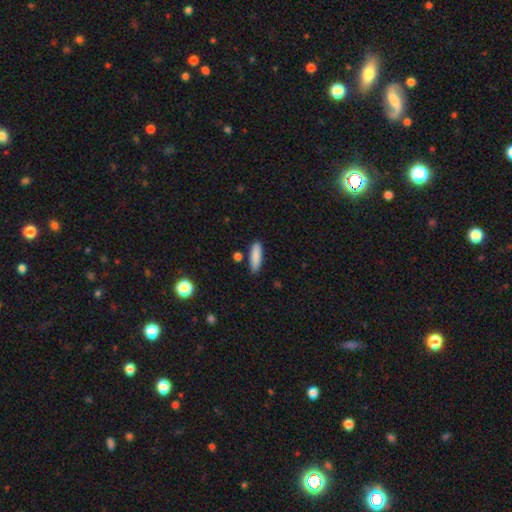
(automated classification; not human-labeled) Morphology: type=smooth (87%); roundness=cigar-shaped (58%); merging=none (84%).